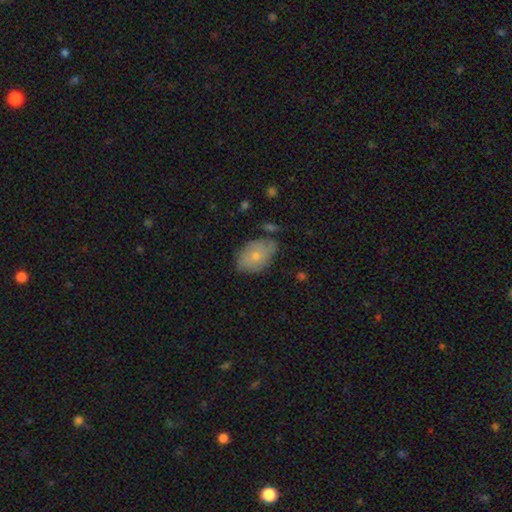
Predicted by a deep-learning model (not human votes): Morphology: type=smooth (71%); roundness=in between (83%); merging=none (66%).